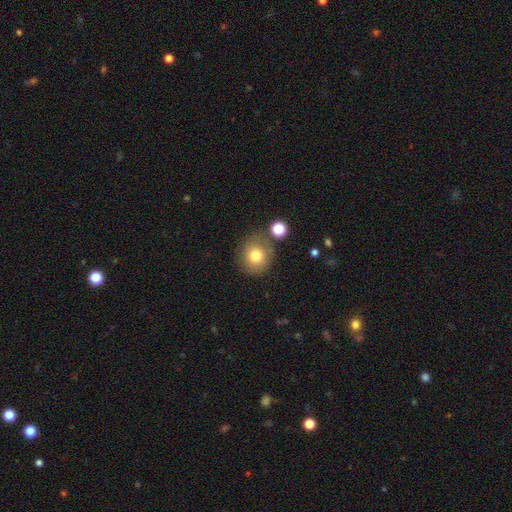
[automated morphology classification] This appears to be a smooth galaxy with no disk features (77%) that is round (85%). Merging: none (74%).